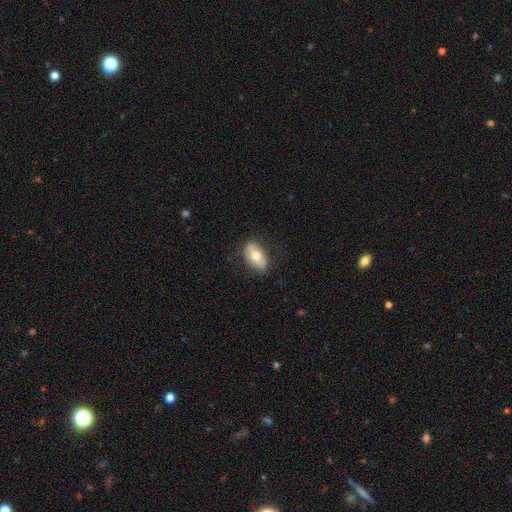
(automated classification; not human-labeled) A smooth galaxy with no disk features (65%) that is in between round and cigar-shaped (91%). Merging: none (80%).